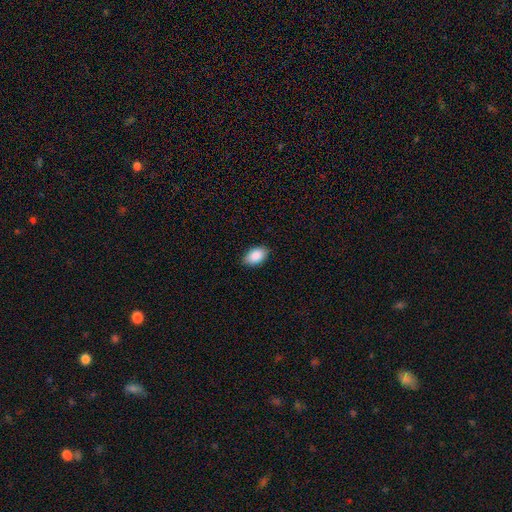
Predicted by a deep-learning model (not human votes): A smooth galaxy with no disk features (89%) that is in between round and cigar-shaped (93%). Merging: none (85%).